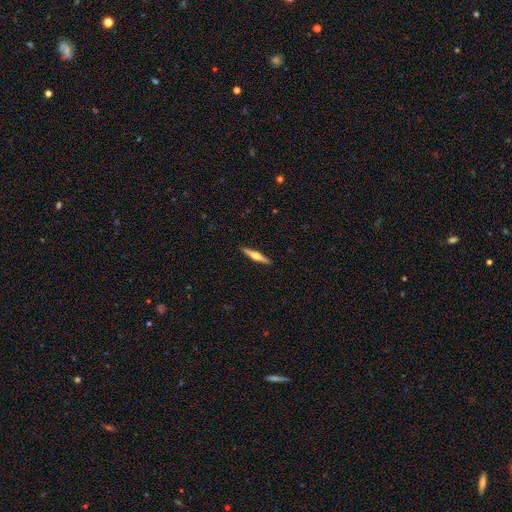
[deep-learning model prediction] Overall: featured or disk (64%; smooth 30%). Edge-on disk: yes (97%). Edge-on bulge: rounded (93%). Merging: none (92%).